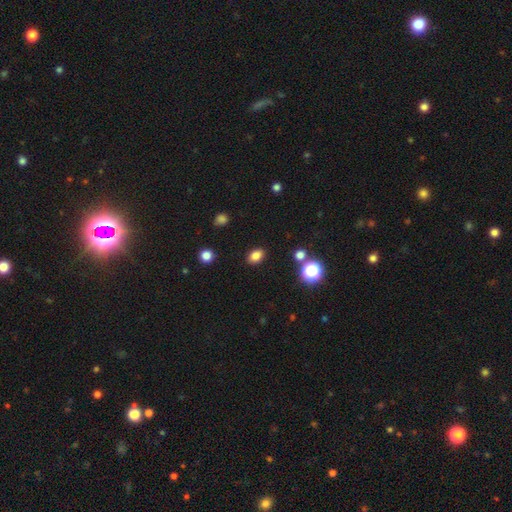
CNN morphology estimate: smooth-or-featured: smooth: 82% | star or artifact: 13% | featured or disk: 5%
  how-rounded: in between: 75% | round: 24% | cigar-shaped: 1%
  merging: none: 87% | minor disturbance: 8% | major disturbance: 2% | merger: 2%